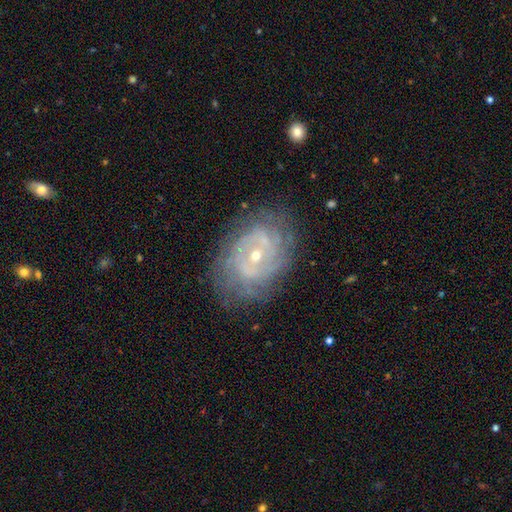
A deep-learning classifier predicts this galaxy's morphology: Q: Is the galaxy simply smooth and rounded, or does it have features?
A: featured or disk — 83%.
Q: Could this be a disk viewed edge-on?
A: no — 96%.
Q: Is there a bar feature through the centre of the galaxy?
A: no — 64%.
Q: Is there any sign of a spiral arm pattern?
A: yes — 91%.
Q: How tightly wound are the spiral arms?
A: tight — 69%.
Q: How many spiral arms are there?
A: can't tell — 40%.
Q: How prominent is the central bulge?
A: small — 64%.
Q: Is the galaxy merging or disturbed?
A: none — 75%.